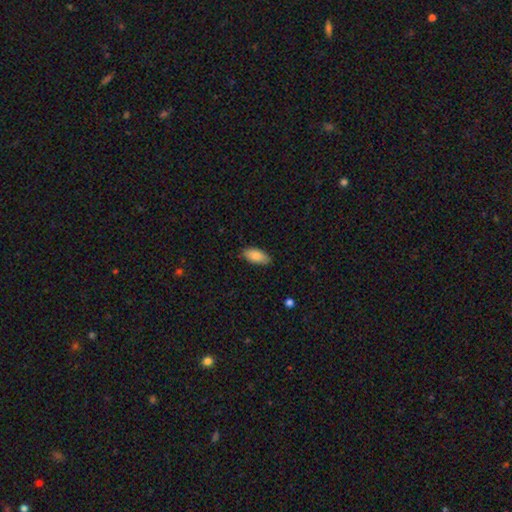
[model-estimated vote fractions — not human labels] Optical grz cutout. It shows a smooth galaxy with no disk features (86%) that is in between round and cigar-shaped (90%). Merging: none (84%).